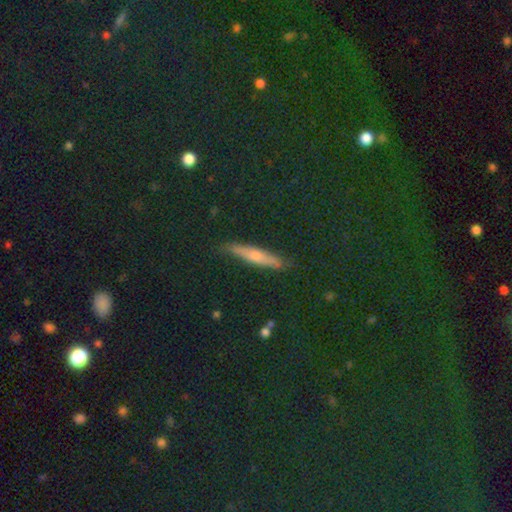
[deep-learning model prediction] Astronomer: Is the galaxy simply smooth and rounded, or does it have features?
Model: featured or disk — 37% (runner-up: star or artifact, 32%).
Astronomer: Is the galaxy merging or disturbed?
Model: none — 89%.